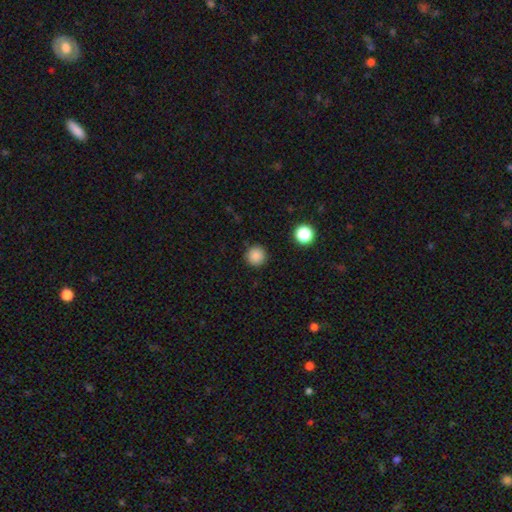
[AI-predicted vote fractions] This is clearly a smooth galaxy (86%). How rounded: clearly round (96%). Merging: clearly none (91%).